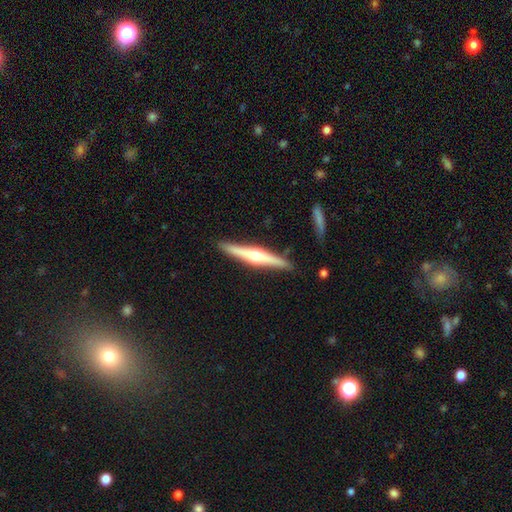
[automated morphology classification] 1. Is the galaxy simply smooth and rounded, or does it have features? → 72% featured or disk, 23% smooth, 5% star or artifact.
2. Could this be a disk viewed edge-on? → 98% yes, 2% no.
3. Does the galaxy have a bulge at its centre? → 92% rounded, 4% boxy, 4% none.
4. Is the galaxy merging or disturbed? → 90% none, 7% minor disturbance, 2% merger, 1% major disturbance.